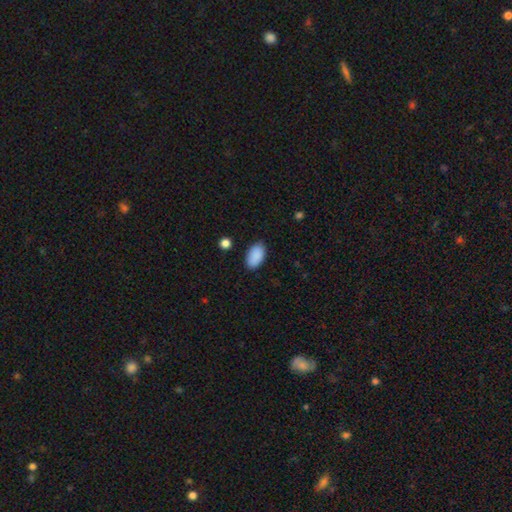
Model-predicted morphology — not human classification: This is clearly a smooth galaxy (90%). How rounded: clearly in between (95%). Merging: clearly none (86%).